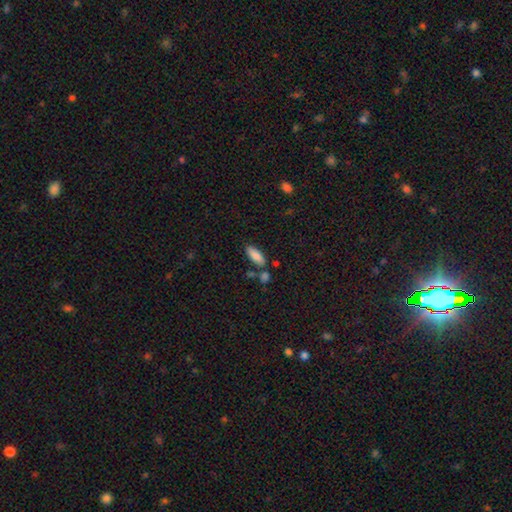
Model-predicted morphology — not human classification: smooth 86%, featured or disk 7%, star or artifact 7%. Down the decision tree: how rounded — in between (74%); merging — none (71%).